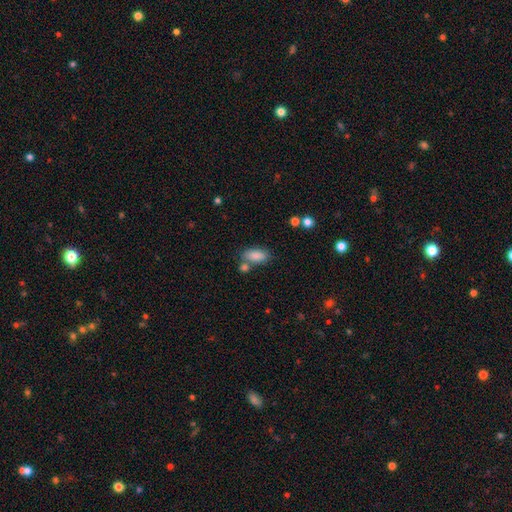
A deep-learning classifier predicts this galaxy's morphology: A smooth galaxy with no disk features (86%) that is in between round and cigar-shaped (88%). Merging: none (61%).